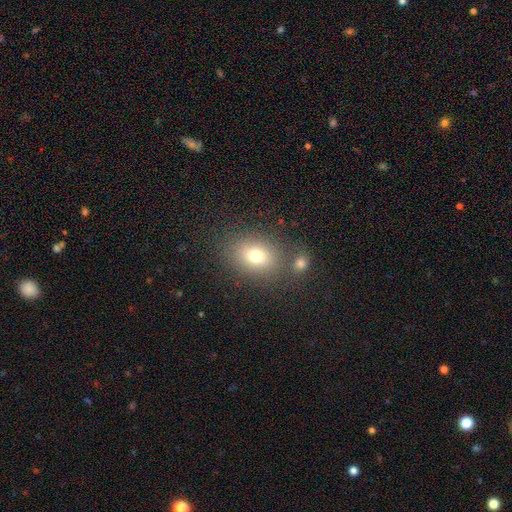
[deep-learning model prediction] A smooth galaxy with no disk features (73%) that is in between round and cigar-shaped (63%).

Vote fractions:
- Smooth or featured? smooth: 73% / star or artifact: 13% / featured or disk: 13%
- How rounded? in between: 63% / round: 36% / cigar-shaped: 1%
- Merging? none: 71% / merger: 13% / minor disturbance: 11% / major disturbance: 5%